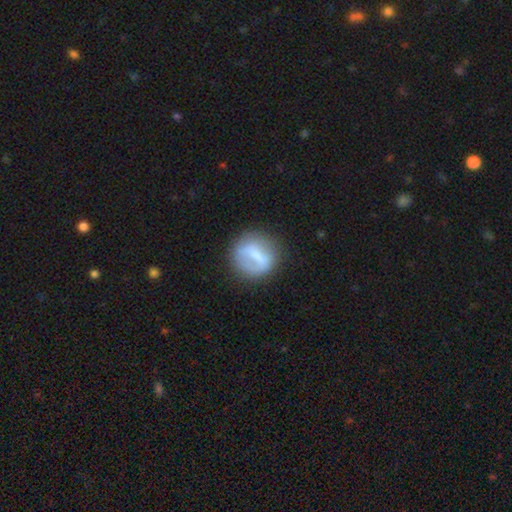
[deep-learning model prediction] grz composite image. It shows a smooth galaxy with no disk features (48%). Merging: none (70%).